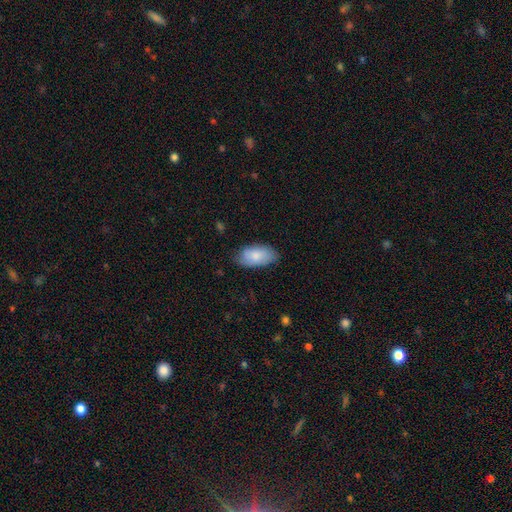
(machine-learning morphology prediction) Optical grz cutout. It shows a smooth galaxy with no disk features (82%) that is in between round and cigar-shaped (95%). Merging: none (76%).